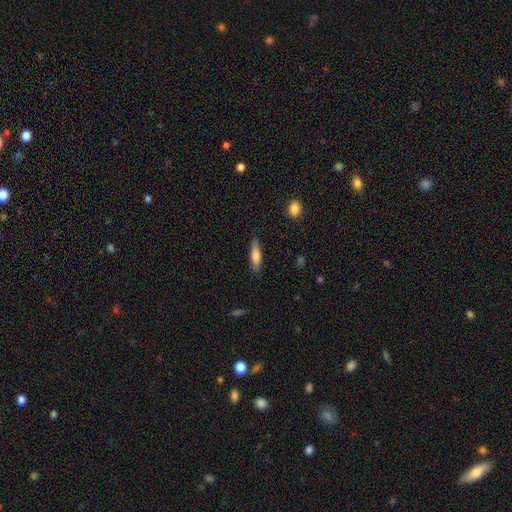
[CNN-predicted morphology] type=smooth (72%); roundness=cigar-shaped (64%); merging=none (81%).